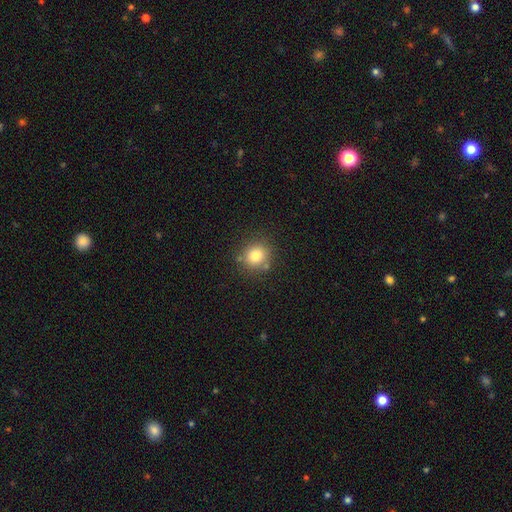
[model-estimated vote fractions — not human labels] Smooth or featured?
  - smooth: 80% *
  - star or artifact: 12%
  - featured or disk: 8%
How rounded?
  - round: 87% *
  - in between: 12%
  - cigar-shaped: 1%
Merging?
  - none: 80% *
  - minor disturbance: 11%
  - merger: 5%
  - major disturbance: 3%